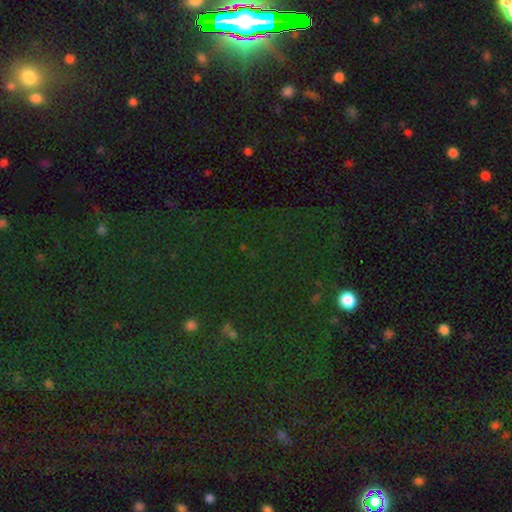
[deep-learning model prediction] Smooth or featured: star or artifact — 76% (smooth — 15%)